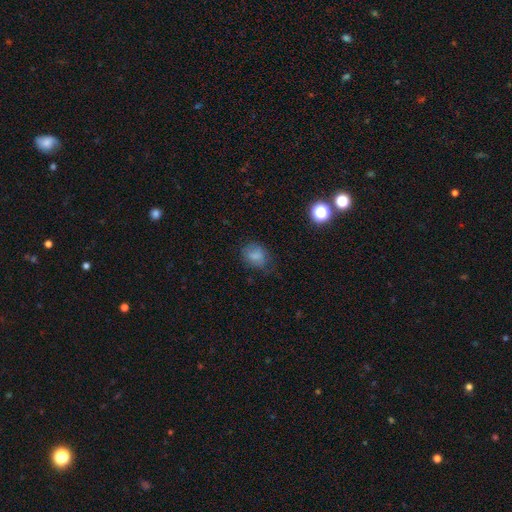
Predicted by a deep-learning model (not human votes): smooth_or_featured: smooth (p=0.77) [alt: featured or disk p=0.12]
how_rounded: in between (p=0.57) [alt: round p=0.42]
merging: none (p=0.61) [alt: minor disturbance p=0.27]